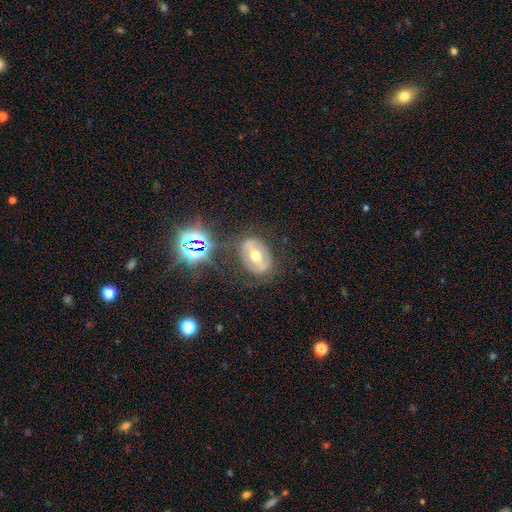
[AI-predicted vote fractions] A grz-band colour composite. It shows a featured or disk galaxy (61%) with a strong bar (51%), no spiral arms (68%) and a moderate central bulge (74%). Merging: none (74%).